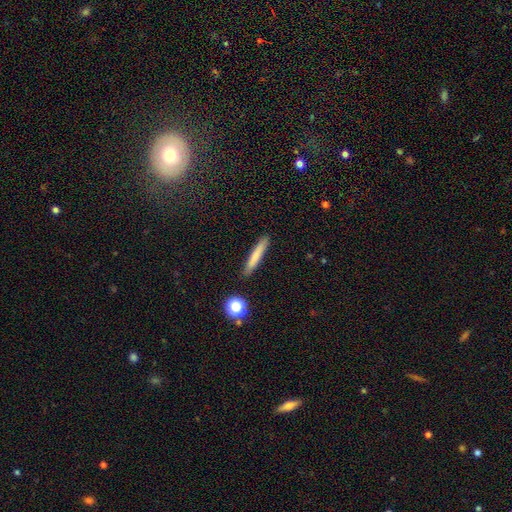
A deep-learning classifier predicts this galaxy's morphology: smooth 76%, featured or disk 16%, star or artifact 8%. Down the decision tree: how rounded — cigar-shaped (93%); merging — none (89%).